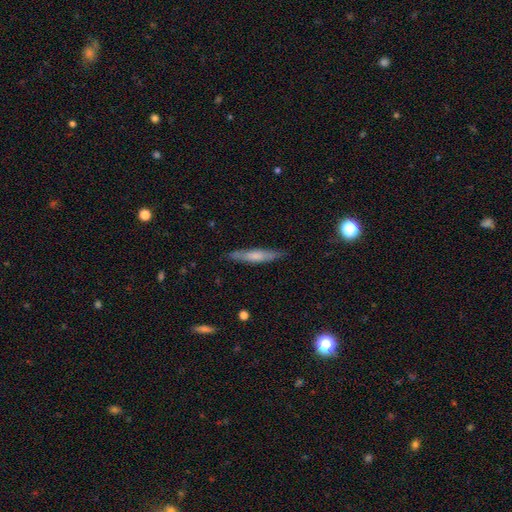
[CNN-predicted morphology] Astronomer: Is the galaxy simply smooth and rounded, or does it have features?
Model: smooth — 54% (runner-up: featured or disk, 40%).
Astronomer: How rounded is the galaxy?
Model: cigar-shaped — 89%.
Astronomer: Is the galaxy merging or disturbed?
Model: none — 85%.